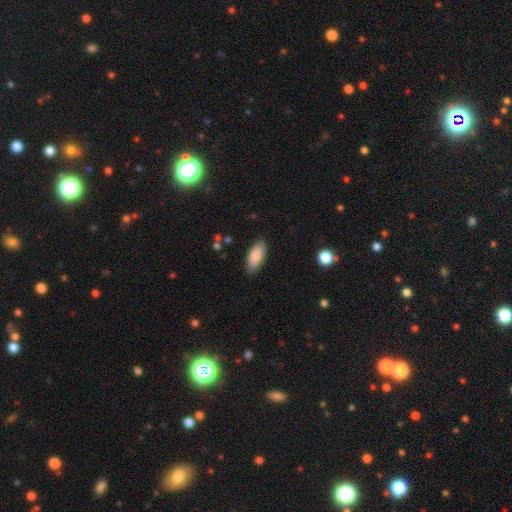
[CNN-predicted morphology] smooth-or-featured: smooth: 86% | featured or disk: 8% | star or artifact: 6%
  how-rounded: in between: 86% | cigar-shaped: 12% | round: 2%
  merging: none: 85% | minor disturbance: 12% | major disturbance: 2% | merger: 1%